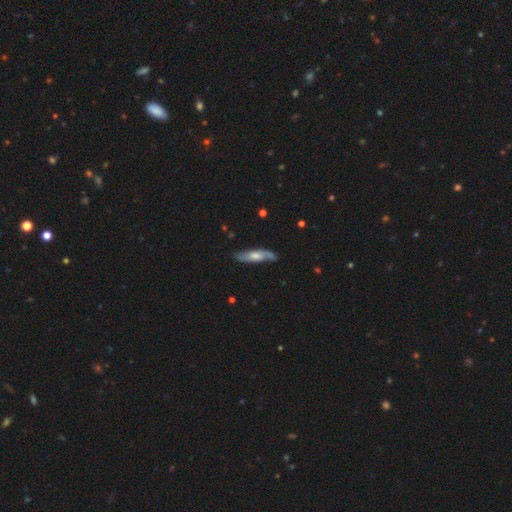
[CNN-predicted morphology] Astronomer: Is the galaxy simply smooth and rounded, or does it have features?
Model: featured or disk — 50% (runner-up: smooth, 45%).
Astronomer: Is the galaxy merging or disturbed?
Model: none — 76%.